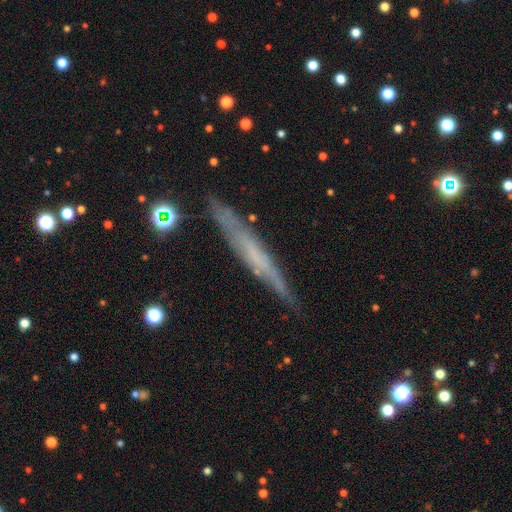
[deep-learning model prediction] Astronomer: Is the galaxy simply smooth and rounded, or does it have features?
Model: featured or disk — 56% (runner-up: smooth, 35%).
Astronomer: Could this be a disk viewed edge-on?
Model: yes — 89%.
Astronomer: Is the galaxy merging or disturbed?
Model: none — 80%.